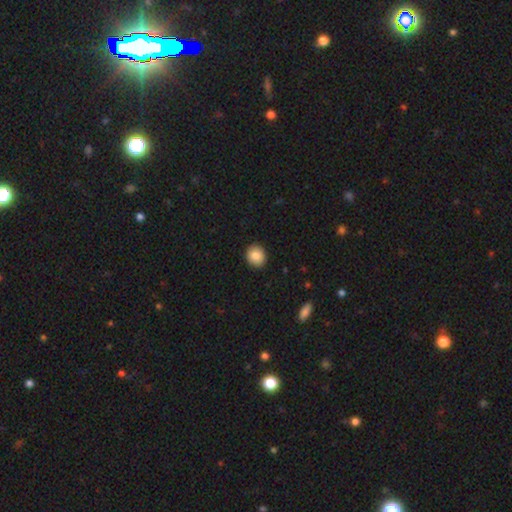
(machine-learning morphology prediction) type=smooth (87%); roundness=round (76%); merging=none (91%).